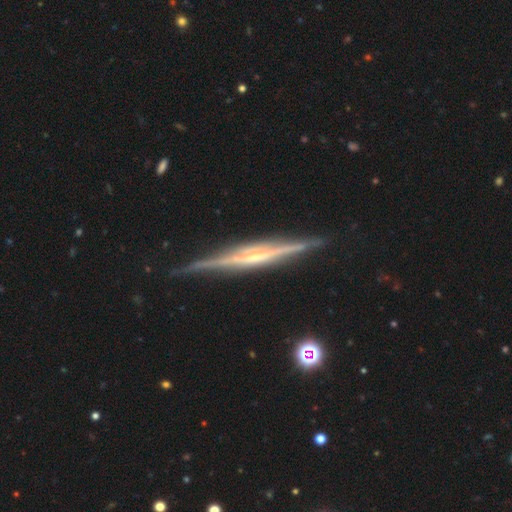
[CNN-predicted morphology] Overall: featured or disk (86%). Edge-on disk: yes (98%). Edge-on bulge: rounded (41%; none 34%). Merging: none (88%).